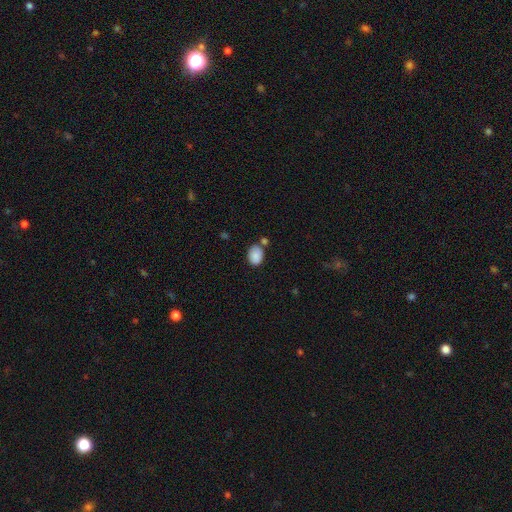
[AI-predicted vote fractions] Smooth or featured? smooth (88%)
How rounded? in between (75%)
Merging? none (65%)